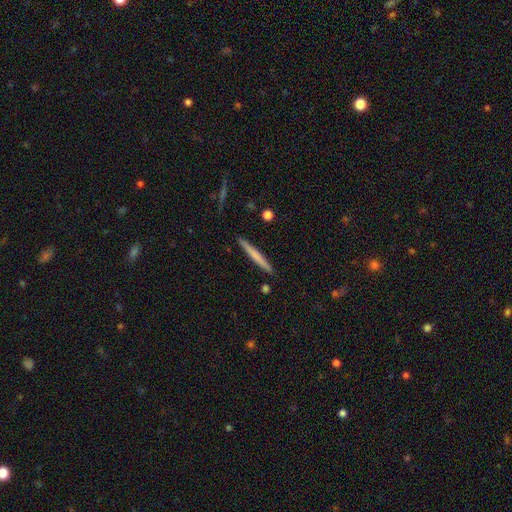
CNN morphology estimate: Smooth or featured? Predicted: smooth (p=0.58). How rounded? Predicted: cigar-shaped (p=0.97). Merging? Predicted: none (p=0.91).